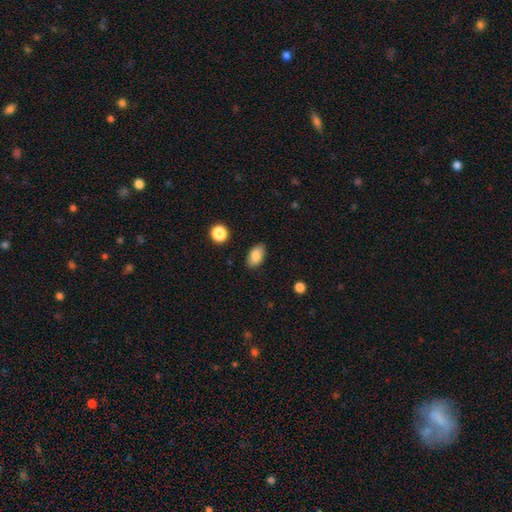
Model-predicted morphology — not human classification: Smooth or featured?
  - smooth: 85% *
  - star or artifact: 8%
  - featured or disk: 7%
How rounded?
  - in between: 90% *
  - round: 7%
  - cigar-shaped: 2%
Merging?
  - none: 85% *
  - minor disturbance: 11%
  - major disturbance: 3%
  - merger: 1%